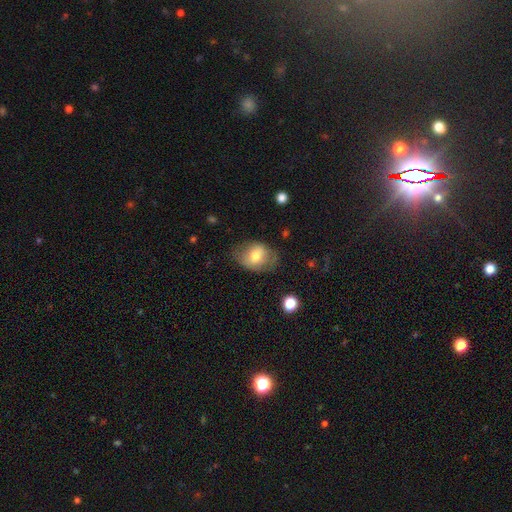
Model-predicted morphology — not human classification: The model was most divided on "merging": none: 57%, minor disturbance: 27%, major disturbance: 14%, merger: 2%. More confident: smooth or featured — smooth (67%); how rounded — in between (66%).